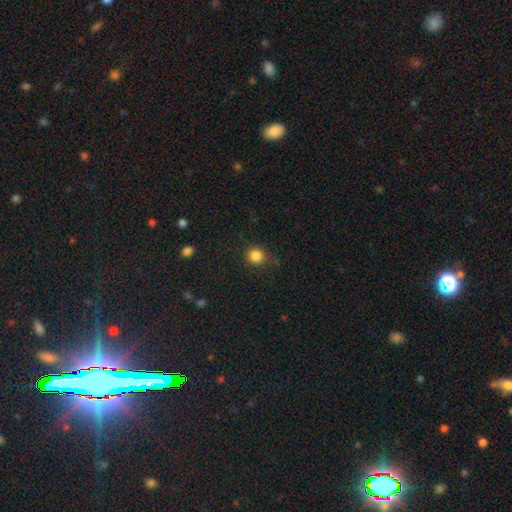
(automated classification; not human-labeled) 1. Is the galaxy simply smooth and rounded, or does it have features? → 84% smooth, 11% star or artifact, 4% featured or disk.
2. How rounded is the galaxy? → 89% round, 10% in between, 1% cigar-shaped.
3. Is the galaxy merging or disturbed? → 80% none, 14% minor disturbance, 4% major disturbance, 1% merger.